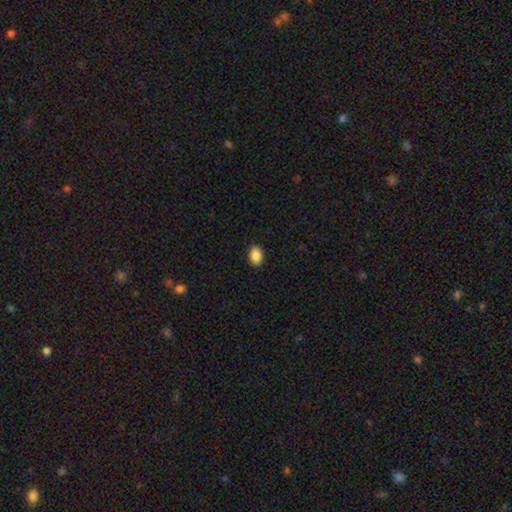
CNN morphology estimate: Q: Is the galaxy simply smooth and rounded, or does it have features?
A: smooth — 88%.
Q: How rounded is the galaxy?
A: in between — 81%.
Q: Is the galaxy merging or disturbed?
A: none — 90%.